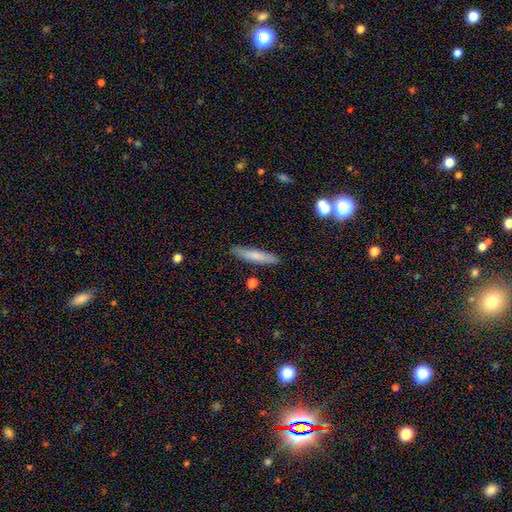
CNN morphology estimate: smooth_or_featured: smooth (p=0.74) [alt: featured or disk p=0.19]
how_rounded: cigar-shaped (p=0.88) [alt: in between p=0.10]
merging: none (p=0.85) [alt: minor disturbance p=0.11]